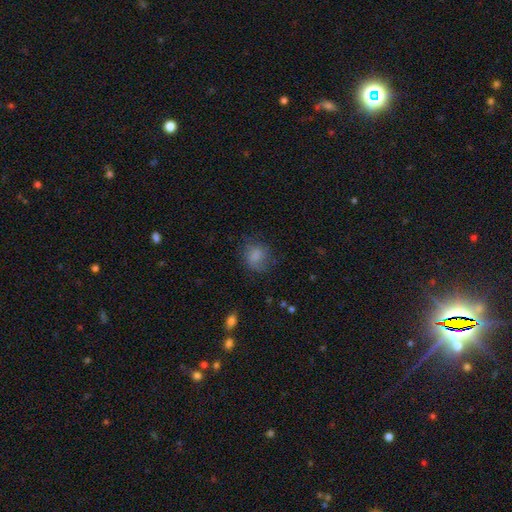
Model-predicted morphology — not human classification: smooth 77%, featured or disk 13%, star or artifact 10%. Down the decision tree: how rounded — round (61%); merging — none (63%).